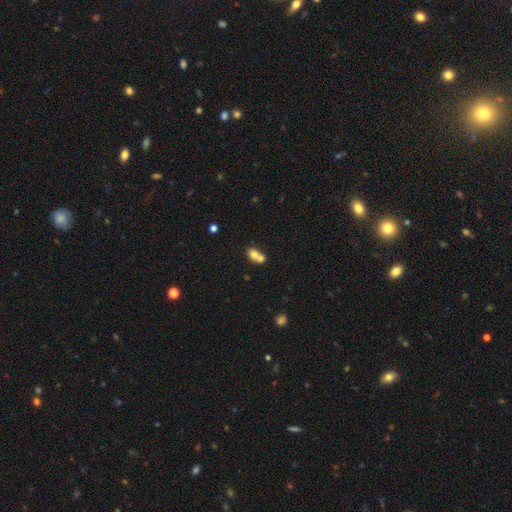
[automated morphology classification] A smooth galaxy with no disk features (72%) that is in between round and cigar-shaped (54%). Merging: merger (70%).